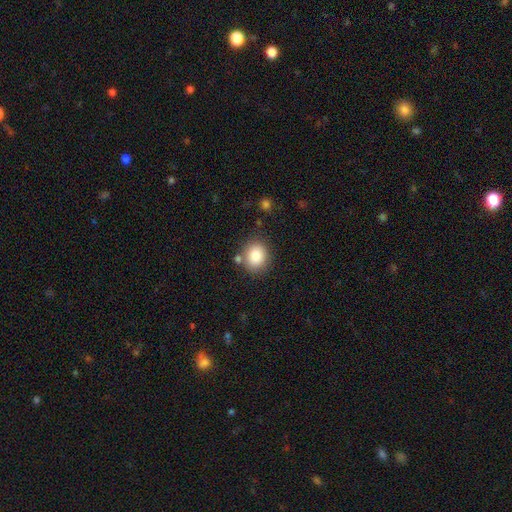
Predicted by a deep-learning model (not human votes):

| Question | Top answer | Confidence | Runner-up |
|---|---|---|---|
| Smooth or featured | smooth | 86% | star or artifact (9%) |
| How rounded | round | 65% | in between (34%) |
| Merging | none | 77% | minor disturbance (12%) |